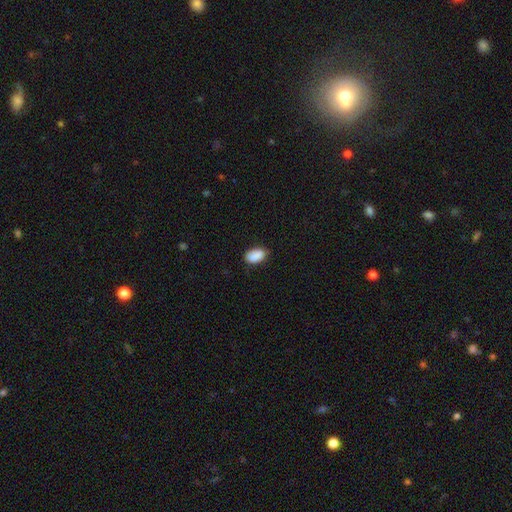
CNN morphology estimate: A smooth galaxy with no disk features (89%) that is in between round and cigar-shaped (92%).

Vote fractions:
- Smooth or featured? smooth: 89% / star or artifact: 7% / featured or disk: 3%
- How rounded? in between: 92% / round: 6% / cigar-shaped: 2%
- Merging? none: 80% / minor disturbance: 16% / major disturbance: 3% / merger: 1%